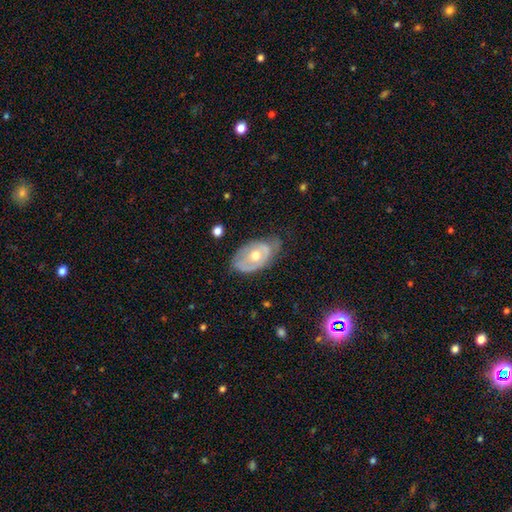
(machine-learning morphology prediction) A featured or disk galaxy (59%) with no bar (80%), no spiral arms (60%) and a moderate central bulge (76%).

Vote fractions:
- Smooth or featured? featured or disk: 59% / smooth: 34% / star or artifact: 6%
- Edge-on disk? no: 91% / yes: 9%
- Bar? no: 80% / weak: 16% / strong: 4%
- Spiral arms? no: 60% / yes: 40%
- Bulge size? moderate: 76% / small: 17% / large: 5% / none: 1% / dominant: 1%
- Merging? none: 53% / minor disturbance: 35% / major disturbance: 11% / merger: 2%